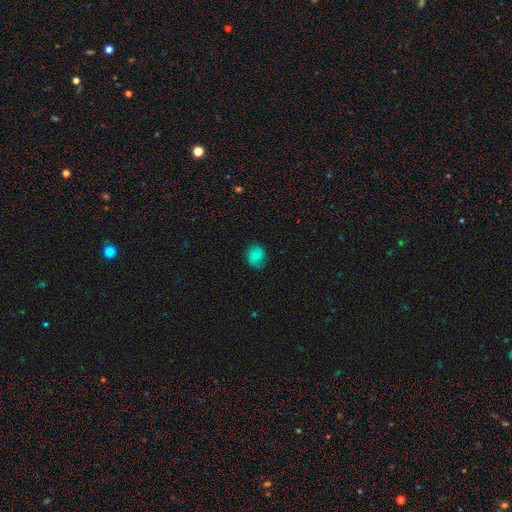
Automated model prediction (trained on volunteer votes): The model was most divided on "how rounded": round: 59%, in between: 40%, cigar-shaped: 1%. More confident: merging — none (75%); smooth or featured — smooth (59%).